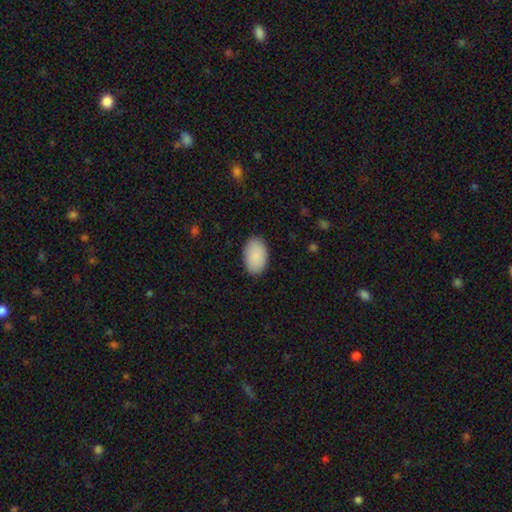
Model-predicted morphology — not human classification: A smooth galaxy with no disk features (90%) that is in between round and cigar-shaped (92%). Merging: none (87%).